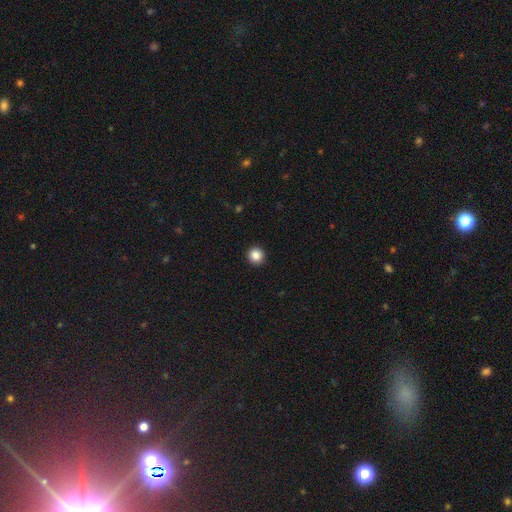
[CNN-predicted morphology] This is clearly a smooth galaxy (86%). How rounded: clearly round (95%). Merging: clearly none (93%).